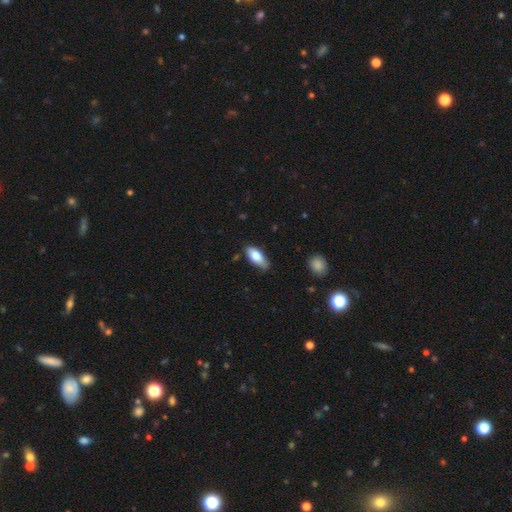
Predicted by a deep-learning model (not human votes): Q: Smooth or featured?
A: smooth (78%); runner-up: featured or disk (15%)
Q: How rounded?
A: in between (84%); runner-up: cigar-shaped (14%)
Q: Merging?
A: none (72%); runner-up: minor disturbance (23%)